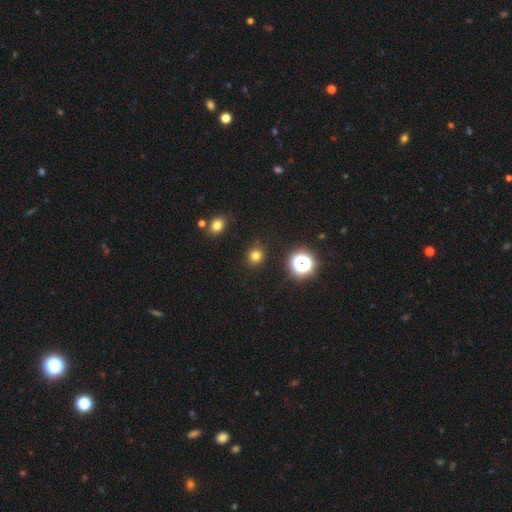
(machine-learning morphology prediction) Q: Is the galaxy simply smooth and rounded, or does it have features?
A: smooth — 77%.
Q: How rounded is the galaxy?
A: round — 84%.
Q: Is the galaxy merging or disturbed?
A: none — 89%.